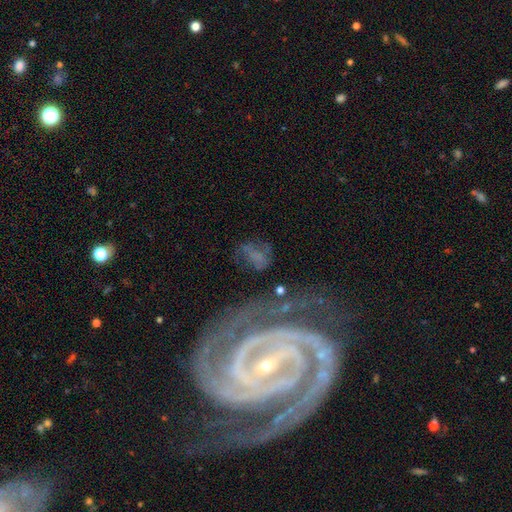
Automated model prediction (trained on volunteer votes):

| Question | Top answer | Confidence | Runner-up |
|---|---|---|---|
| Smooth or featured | featured or disk | 46% | smooth (38%) |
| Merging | none | 49% | major disturbance (22%) |